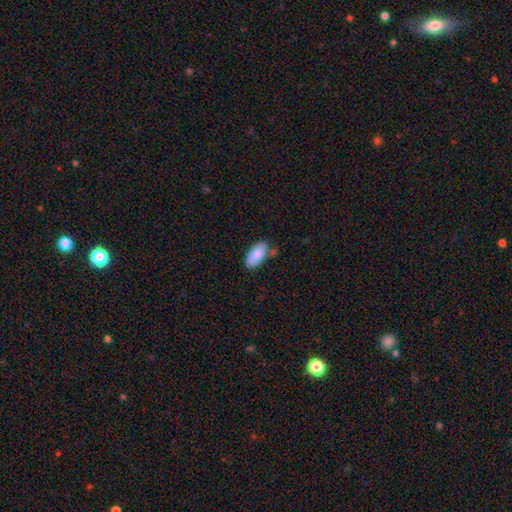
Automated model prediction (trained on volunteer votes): Overall: smooth (84%). How rounded: in between (92%). Merging: none (64%).